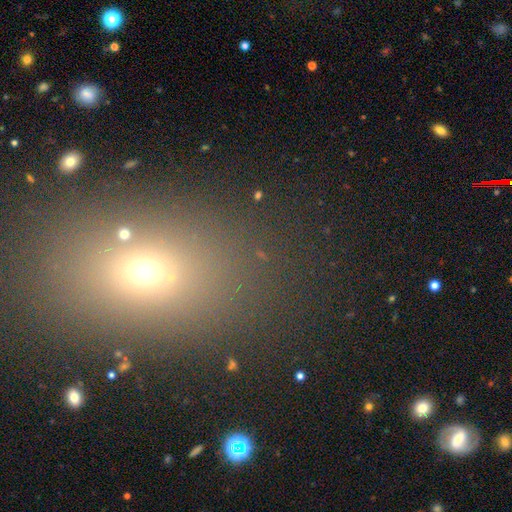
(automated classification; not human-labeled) This appears to be a smooth galaxy with no disk features (55%) that is in between round and cigar-shaped (60%). Merging: none (81%).